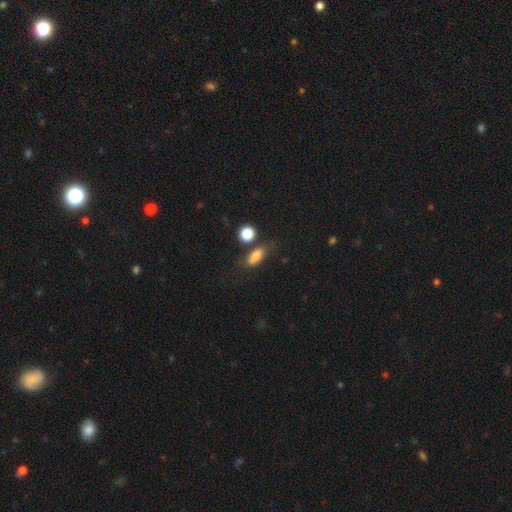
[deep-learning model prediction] Smooth or featured? Predicted: smooth (p=0.78). How rounded? Predicted: in between (p=0.71). Merging? Predicted: none (p=0.58).